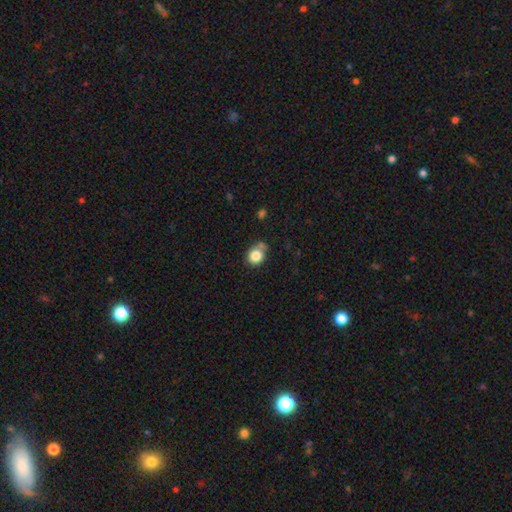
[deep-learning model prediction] Smooth or featured: smooth — 83% (star or artifact — 10%)
How rounded: round — 77% (in between — 23%)
Merging: none — 59% (minor disturbance — 20%)